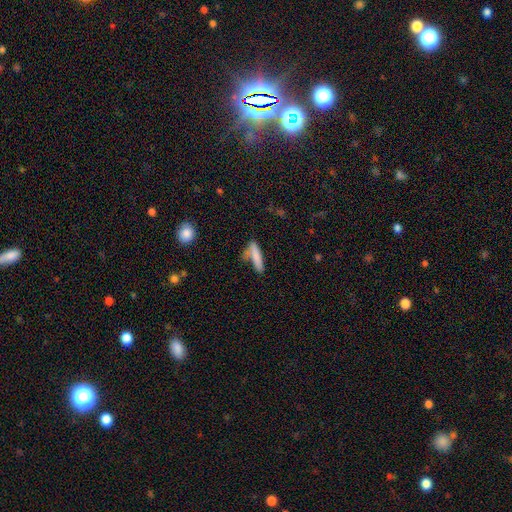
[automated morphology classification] Overall: smooth (78%). How rounded: cigar-shaped (80%). Merging: none (53%; minor disturbance 23%).